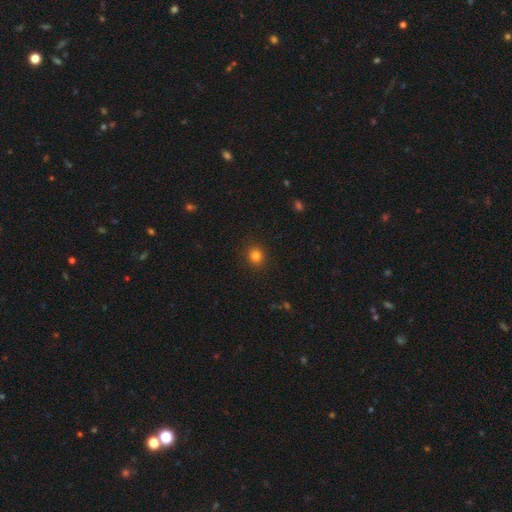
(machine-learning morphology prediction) Smooth or featured: smooth — 82% (star or artifact — 13%)
How rounded: round — 88% (in between — 11%)
Merging: none — 91% (minor disturbance — 6%)